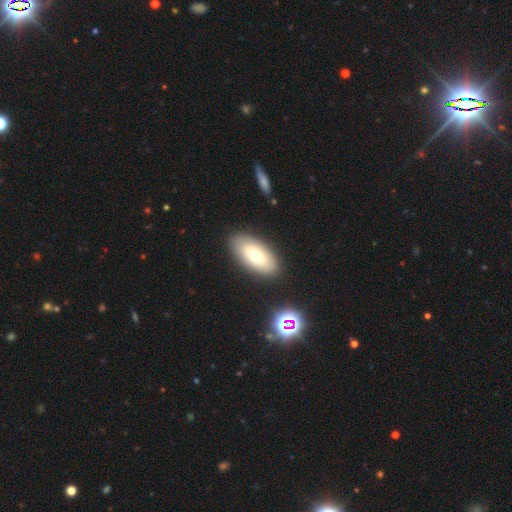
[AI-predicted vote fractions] Q: Smooth or featured?
A: smooth (76%); runner-up: featured or disk (17%)
Q: How rounded?
A: in between (91%); runner-up: cigar-shaped (6%)
Q: Merging?
A: none (86%); runner-up: minor disturbance (9%)